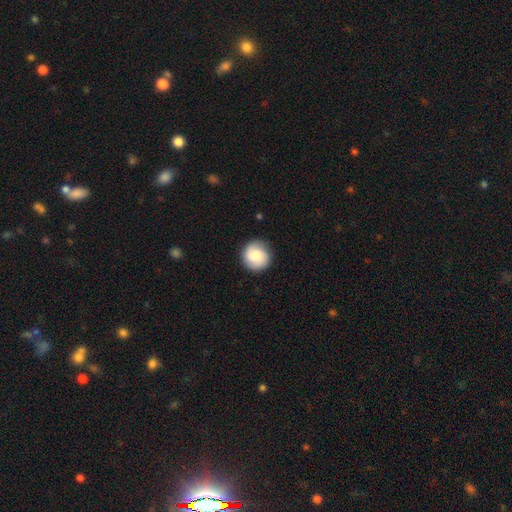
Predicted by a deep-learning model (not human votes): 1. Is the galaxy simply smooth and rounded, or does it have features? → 73% smooth, 20% featured or disk, 7% star or artifact.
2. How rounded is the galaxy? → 93% round, 6% in between, 1% cigar-shaped.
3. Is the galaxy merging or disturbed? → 86% none, 10% minor disturbance, 2% major disturbance, 1% merger.